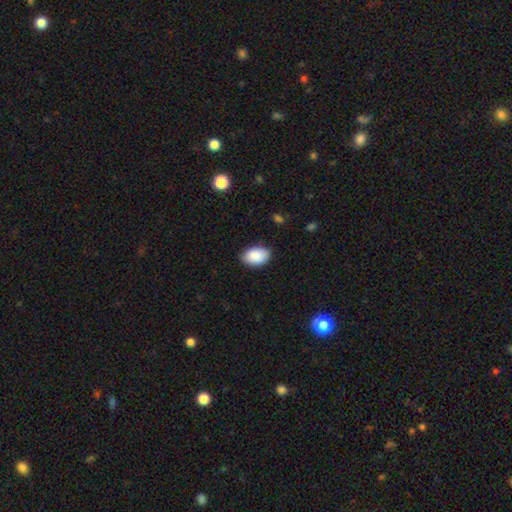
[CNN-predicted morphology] Q: Smooth or featured?
A: smooth (90%); runner-up: star or artifact (6%)
Q: How rounded?
A: in between (91%); runner-up: round (8%)
Q: Merging?
A: none (83%); runner-up: minor disturbance (14%)